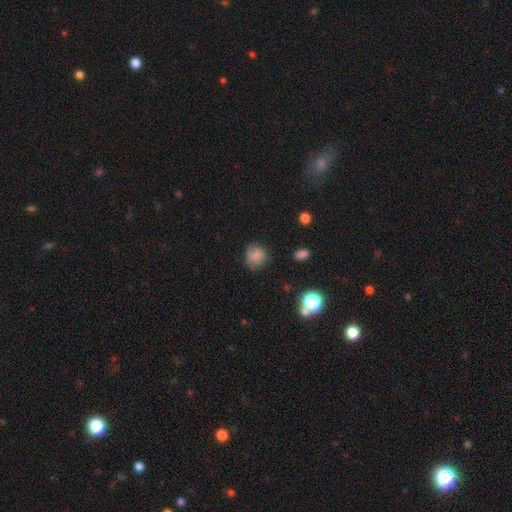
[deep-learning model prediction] Smooth or featured?
  - smooth: 81% *
  - star or artifact: 11%
  - featured or disk: 8%
How rounded?
  - round: 81% *
  - in between: 18%
  - cigar-shaped: 1%
Merging?
  - none: 71% *
  - minor disturbance: 21%
  - major disturbance: 6%
  - merger: 2%